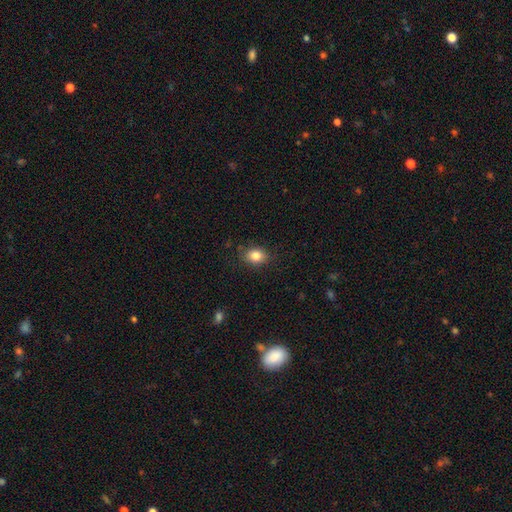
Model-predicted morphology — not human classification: This appears to be a smooth galaxy with no disk features (84%) that is in between round and cigar-shaped (60%). Merging: none (82%).